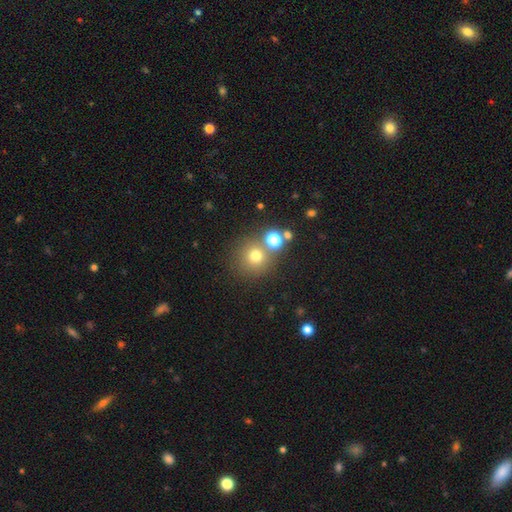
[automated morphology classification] A smooth galaxy with no disk features (71%) that is round (92%).

Vote fractions:
- Smooth or featured? smooth: 71% / star or artifact: 18% / featured or disk: 11%
- How rounded? round: 92% / in between: 7% / cigar-shaped: 1%
- Merging? none: 69% / merger: 19% / minor disturbance: 8% / major disturbance: 4%